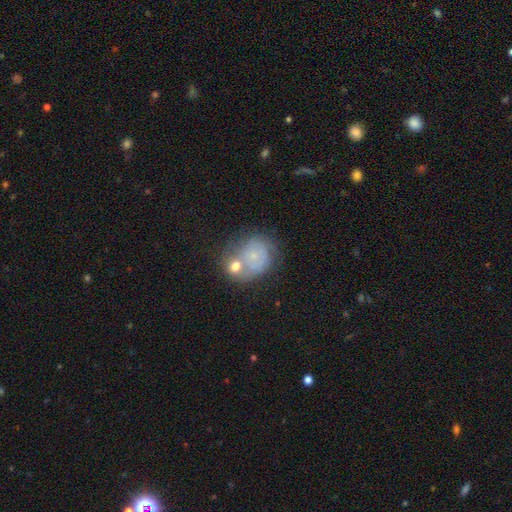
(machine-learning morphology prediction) This is possibly a featured or disk galaxy (47%). Merging: marginally merger (40%).